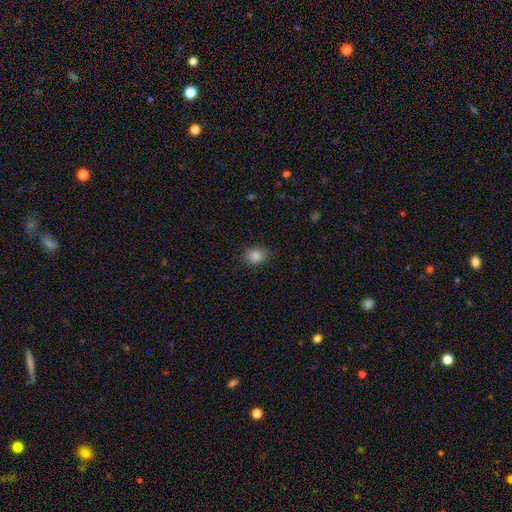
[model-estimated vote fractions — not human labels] Morphology: type=smooth (83%); roundness=in between (51%); merging=none (87%).